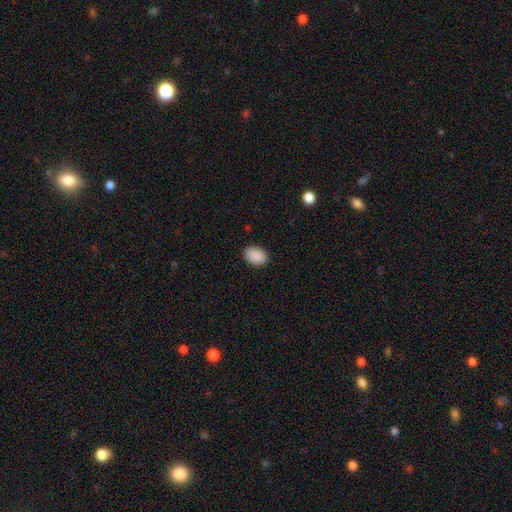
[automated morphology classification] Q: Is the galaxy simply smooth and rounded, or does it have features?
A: smooth — 90%.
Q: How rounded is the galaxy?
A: in between — 77%.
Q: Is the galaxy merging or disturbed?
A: none — 88%.